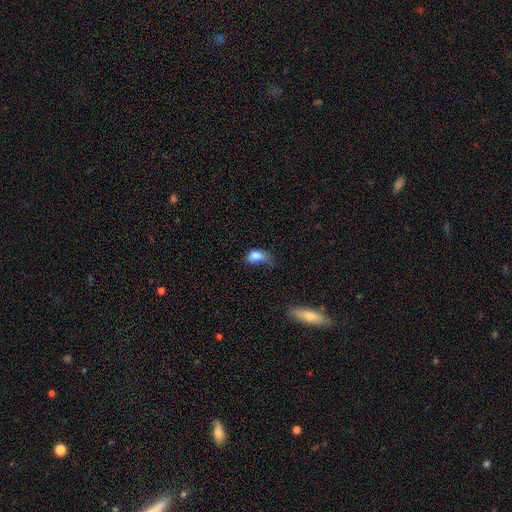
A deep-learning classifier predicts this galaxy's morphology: Smooth or featured? smooth (80%)
How rounded? in between (82%)
Merging? minor disturbance (38%)